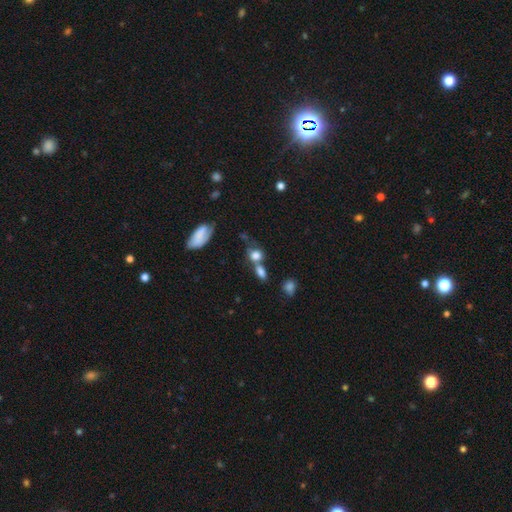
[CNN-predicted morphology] Smooth or featured? smooth (76%)
How rounded? round (53%)
Merging? merger (41%)